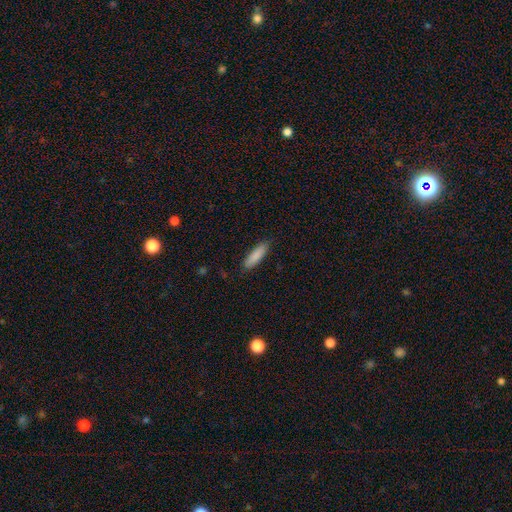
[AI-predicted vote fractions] Smooth or featured?
  - smooth: 87% *
  - featured or disk: 7%
  - star or artifact: 6%
How rounded?
  - cigar-shaped: 62% *
  - in between: 37%
  - round: 1%
Merging?
  - none: 87% *
  - minor disturbance: 10%
  - major disturbance: 2%
  - merger: 1%